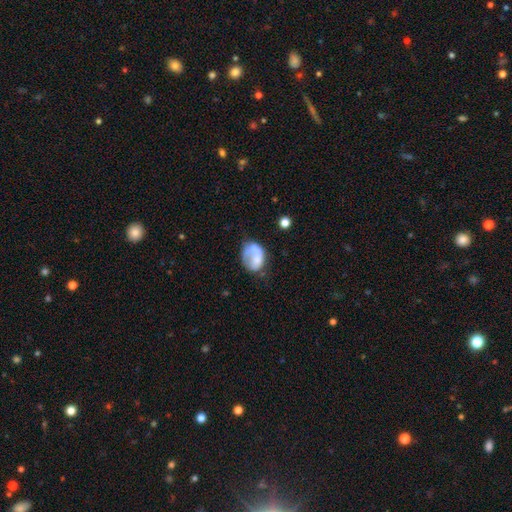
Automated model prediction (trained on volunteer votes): Smooth or featured? Predicted: smooth (p=0.55). How rounded? Predicted: in between (p=0.69). Merging? Predicted: none (p=0.36).